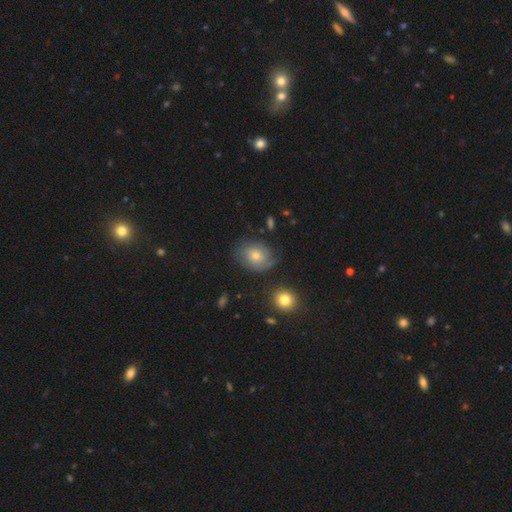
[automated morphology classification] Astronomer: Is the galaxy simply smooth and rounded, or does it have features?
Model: featured or disk — 46% (runner-up: smooth, 42%).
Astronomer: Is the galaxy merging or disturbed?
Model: none — 68%.